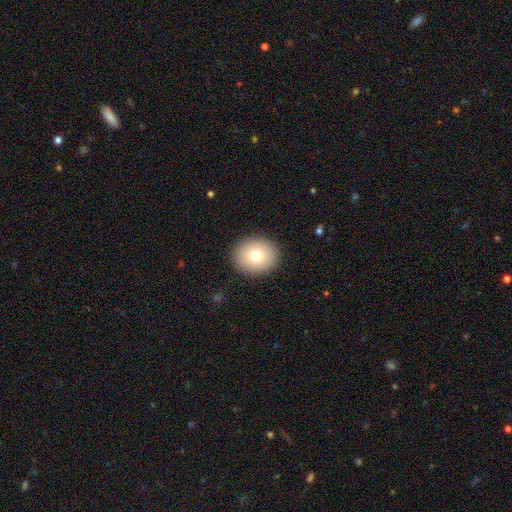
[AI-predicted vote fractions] Smooth or featured?
  - smooth: 76% *
  - featured or disk: 14%
  - star or artifact: 10%
How rounded?
  - round: 65% *
  - in between: 34%
  - cigar-shaped: 1%
Merging?
  - none: 90% *
  - minor disturbance: 7%
  - major disturbance: 2%
  - merger: 1%